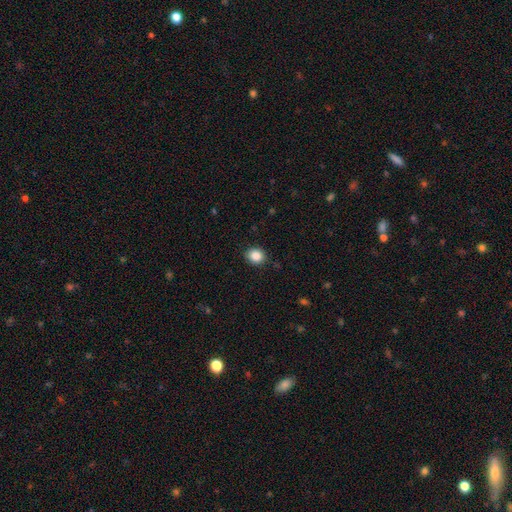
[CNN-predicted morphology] A smooth galaxy with no disk features (87%) that is round (70%).

Vote fractions:
- Smooth or featured? smooth: 87% / star or artifact: 10% / featured or disk: 4%
- How rounded? round: 70% / in between: 30% / cigar-shaped: 1%
- Merging? none: 87% / minor disturbance: 10% / major disturbance: 2% / merger: 1%